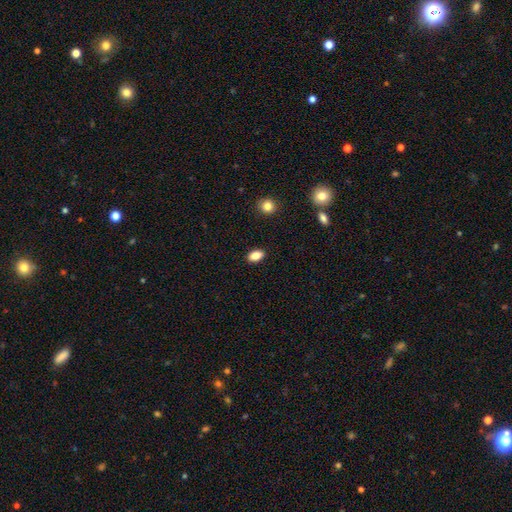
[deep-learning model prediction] smooth-or-featured: smooth: 84% | star or artifact: 9% | featured or disk: 7%
  how-rounded: in between: 89% | round: 8% | cigar-shaped: 4%
  merging: none: 90% | minor disturbance: 7% | major disturbance: 2% | merger: 1%